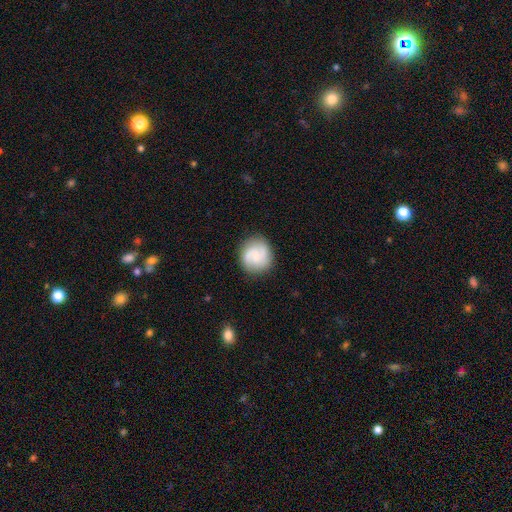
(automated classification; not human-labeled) Smooth or featured: featured or disk — 55% (smooth — 38%)
Edge-on disk: no — 98% (yes — 2%)
Bar: no — 53% (weak — 40%)
Spiral arms: yes — 91% (no — 9%)
Bulge size: small — 61% (moderate — 26%)
Merging: none — 83% (minor disturbance — 12%)